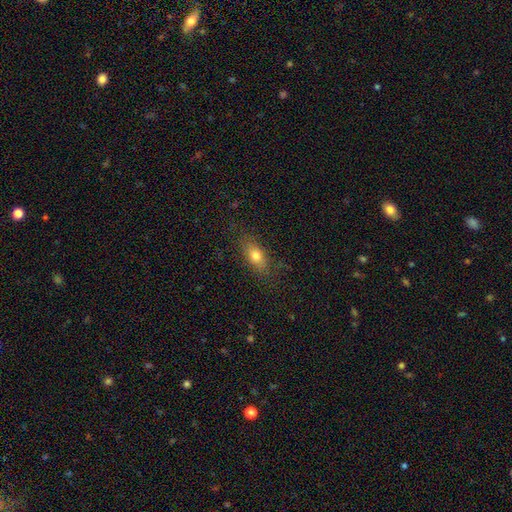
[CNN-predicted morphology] smooth_or_featured: smooth (p=0.75) [alt: featured or disk p=0.15]
how_rounded: in between (p=0.79) [alt: cigar-shaped p=0.12]
merging: none (p=0.80) [alt: minor disturbance p=0.14]